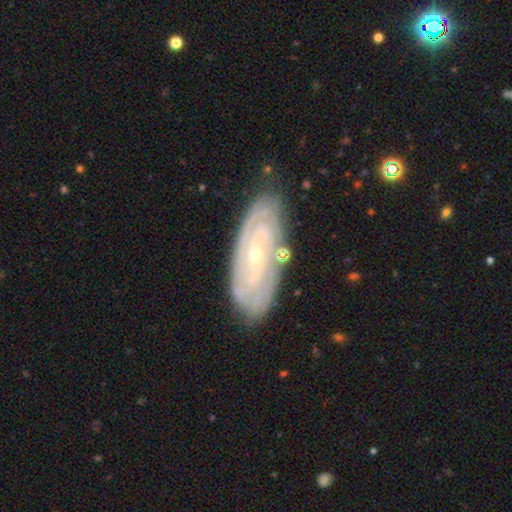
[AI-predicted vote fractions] Smooth or featured? Predicted: featured or disk (p=0.82). Edge-on disk? Predicted: no (p=0.91). Bar? Predicted: no (p=0.59). Spiral arms? Predicted: yes (p=0.93). Spiral winding? Predicted: tight (p=0.78). Spiral arm count? Predicted: can't tell (p=0.38). Bulge size? Predicted: small (p=0.82). Merging? Predicted: none (p=0.81).